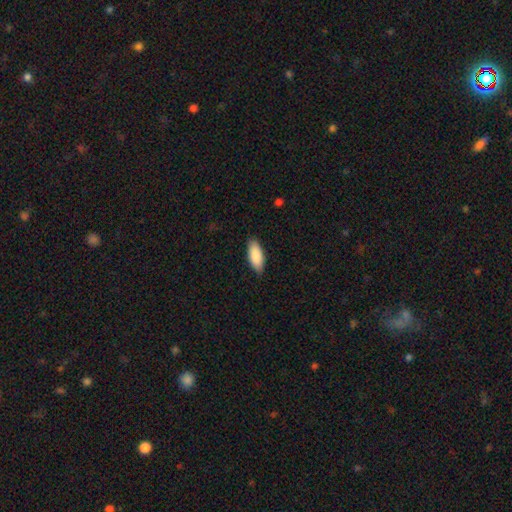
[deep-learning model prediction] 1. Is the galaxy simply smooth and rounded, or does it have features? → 89% smooth, 6% featured or disk, 6% star or artifact.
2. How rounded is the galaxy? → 83% in between, 16% cigar-shaped, 2% round.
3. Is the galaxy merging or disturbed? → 87% none, 10% minor disturbance, 2% major disturbance, 1% merger.